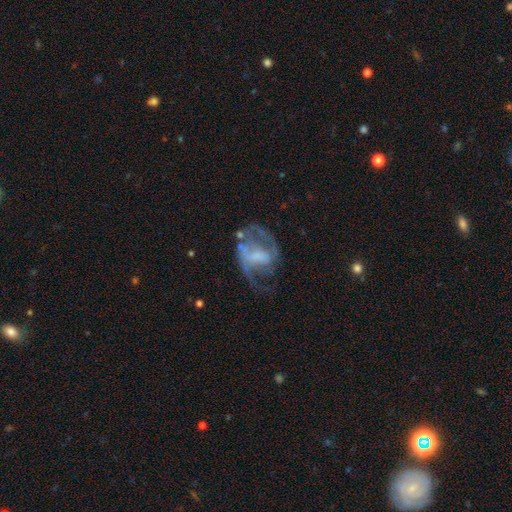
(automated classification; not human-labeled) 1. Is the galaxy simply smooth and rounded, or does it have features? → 73% featured or disk, 19% smooth, 9% star or artifact.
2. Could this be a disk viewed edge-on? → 97% no, 3% yes.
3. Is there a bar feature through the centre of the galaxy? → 40% no (tied), 40% weak (tied), 21% strong.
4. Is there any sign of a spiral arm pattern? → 69% yes, 31% no.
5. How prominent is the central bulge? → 41% none, 23% moderate, 20% small, 14% large, 2% dominant.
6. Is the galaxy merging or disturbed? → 38% none (tied), 38% major disturbance (tied), 20% minor disturbance, 5% merger.